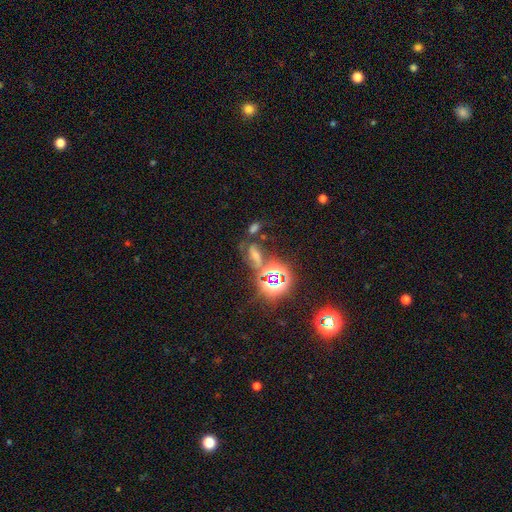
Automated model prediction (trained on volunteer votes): Overall: star or artifact (54%; featured or disk 24%).